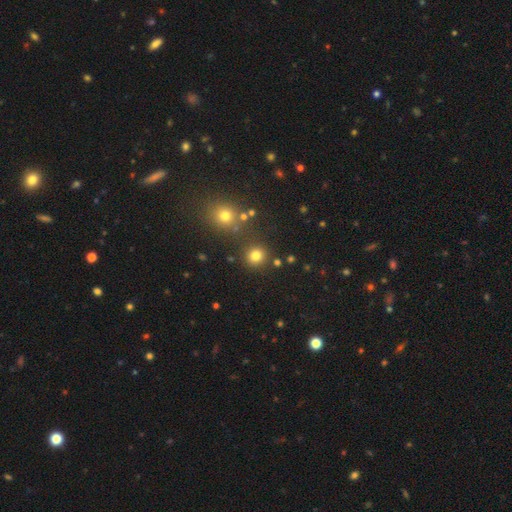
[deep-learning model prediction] Morphology: type=smooth (79%); roundness=round (90%); merging=none (84%).